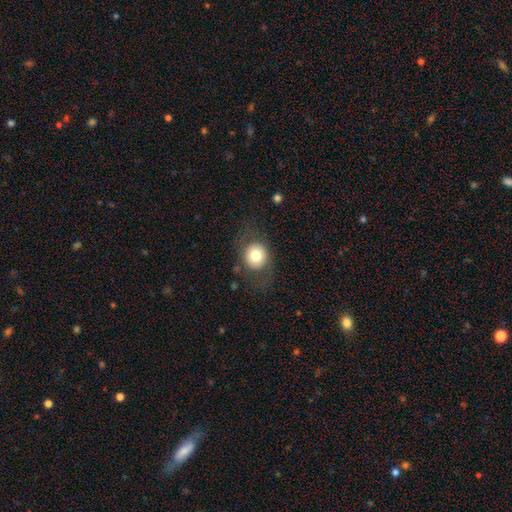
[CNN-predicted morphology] The model was most divided on "smooth or featured": smooth: 74%, featured or disk: 17%, star or artifact: 9%. More confident: how rounded — round (79%); merging — none (74%).